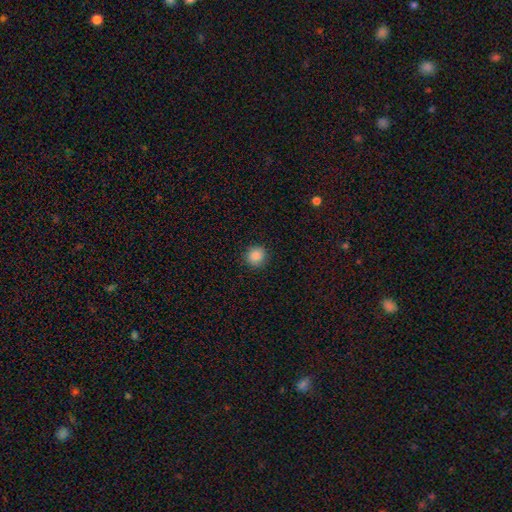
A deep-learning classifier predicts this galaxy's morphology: Smooth or featured? smooth (87%)
How rounded? round (93%)
Merging? none (91%)